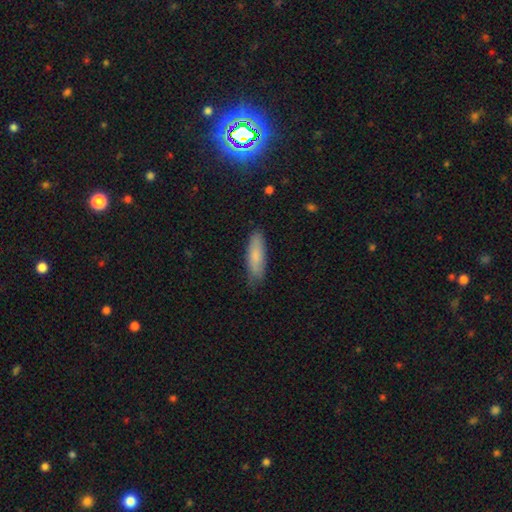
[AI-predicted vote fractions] The model was most divided on "how rounded": cigar-shaped: 60%, in between: 39%, round: 2%. More confident: smooth or featured — smooth (79%); merging — none (77%).